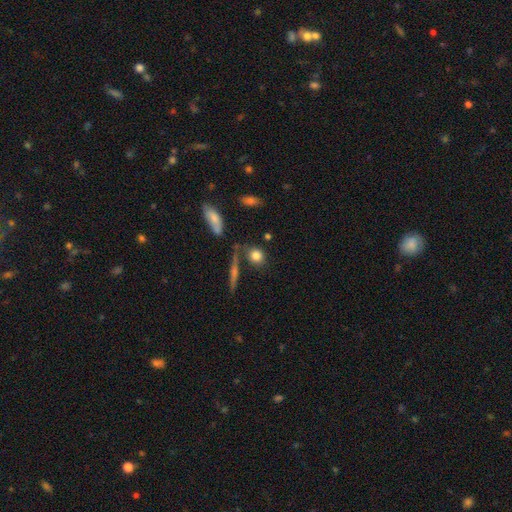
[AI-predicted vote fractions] This appears to be a smooth galaxy with no disk features (80%) that is round (72%). Merging: none (66%).